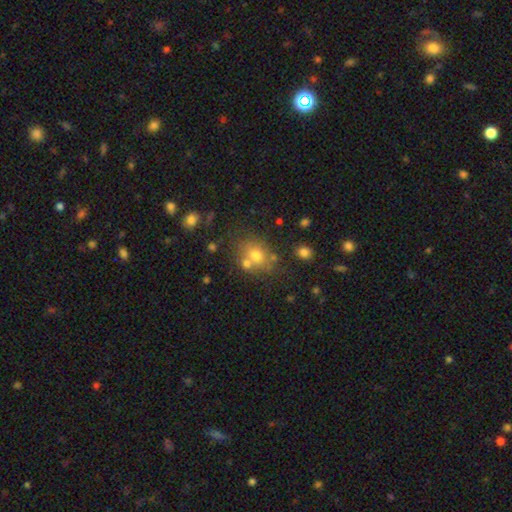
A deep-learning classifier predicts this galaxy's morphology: smooth_or_featured: smooth (p=0.69) [alt: featured or disk p=0.16]
how_rounded: round (p=0.57) [alt: in between p=0.42]
merging: none (p=0.58) [alt: merger p=0.23]